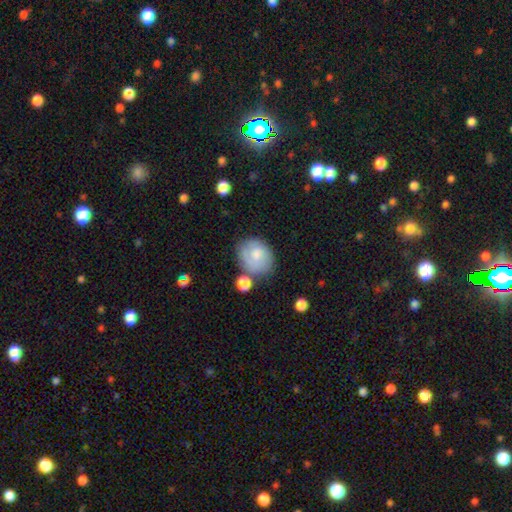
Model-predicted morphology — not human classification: This is likely a smooth galaxy (70%). How rounded: possibly round (58%). Merging: possibly none (56%).